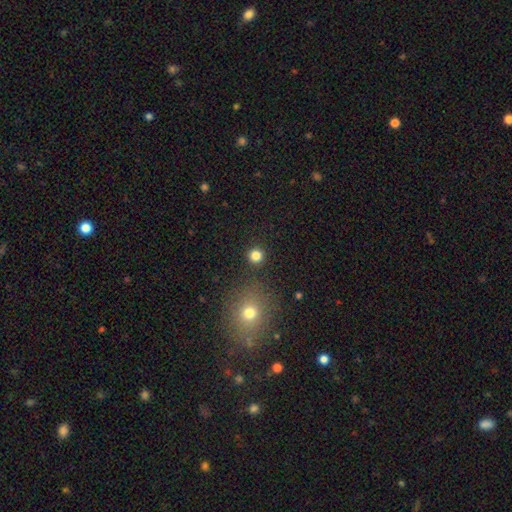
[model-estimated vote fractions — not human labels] Morphology: type=smooth (81%); roundness=round (94%); merging=none (89%).